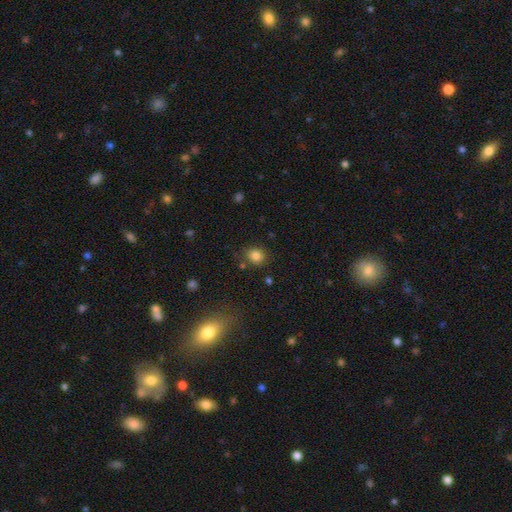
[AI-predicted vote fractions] Smooth or featured? Predicted: smooth (p=0.83). How rounded? Predicted: round (p=0.67). Merging? Predicted: none (p=0.78).